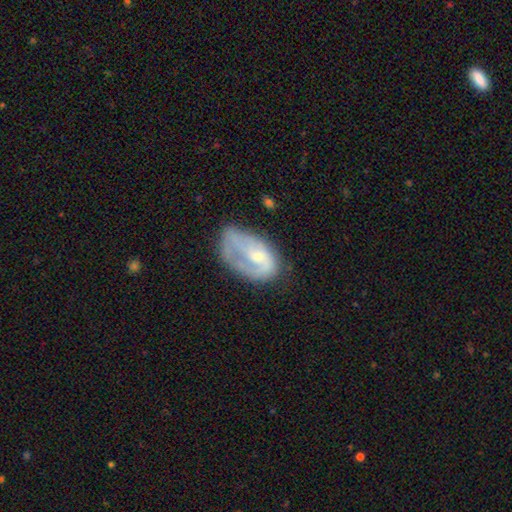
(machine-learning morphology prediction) Q: Smooth or featured?
A: featured or disk (61%); runner-up: smooth (33%)
Q: Edge-on disk?
A: no (96%); runner-up: yes (4%)
Q: Bar?
A: no (64%); runner-up: weak (30%)
Q: Spiral arms?
A: yes (69%); runner-up: no (31%)
Q: Bulge size?
A: small (53%); runner-up: moderate (38%)
Q: Merging?
A: none (39%); runner-up: minor disturbance (29%)